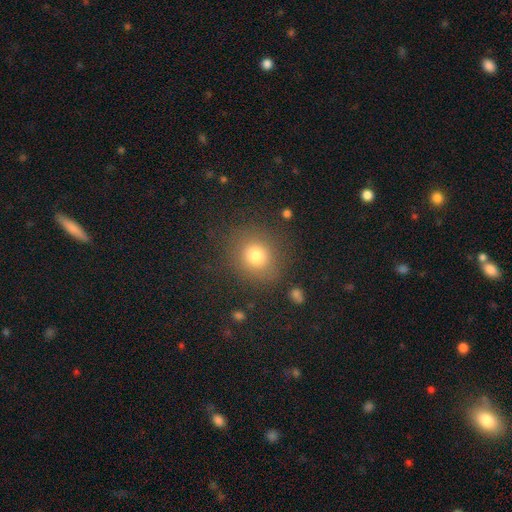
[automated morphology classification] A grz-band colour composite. It shows a smooth galaxy with no disk features (77%) that is round (80%). Merging: none (82%).